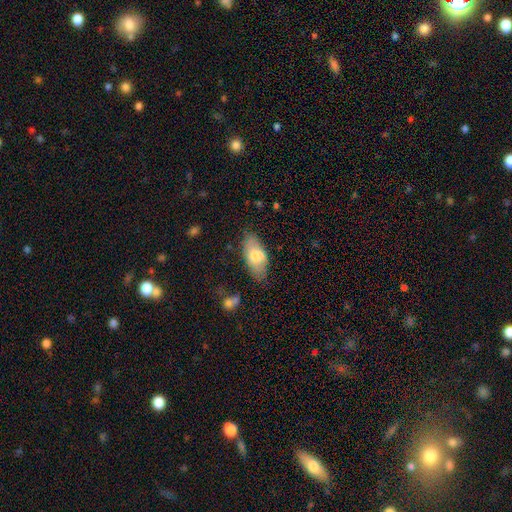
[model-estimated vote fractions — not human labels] A smooth galaxy with no disk features (70%) that is in between round and cigar-shaped (89%).

Vote fractions:
- Smooth or featured? smooth: 70% / featured or disk: 23% / star or artifact: 7%
- How rounded? in between: 89% / cigar-shaped: 8% / round: 3%
- Merging? none: 65% / minor disturbance: 21% / merger: 7% / major disturbance: 6%